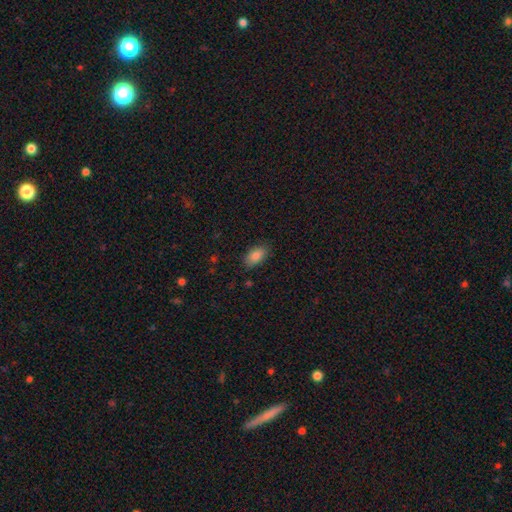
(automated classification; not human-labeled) This appears to be a smooth galaxy with no disk features (86%) that is in between round and cigar-shaped (92%). Merging: none (84%).